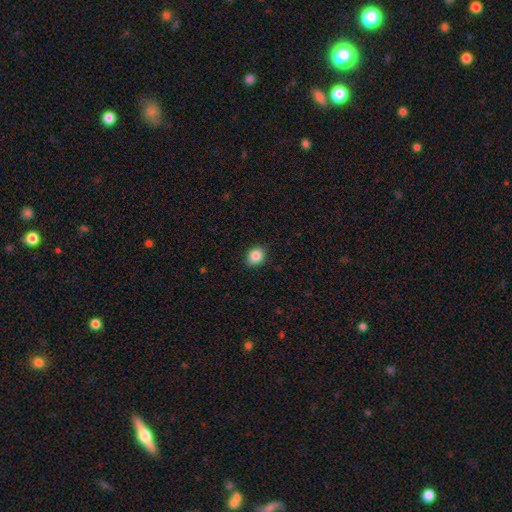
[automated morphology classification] This appears to be a smooth galaxy with no disk features (86%) that is round (58%). Merging: none (88%).